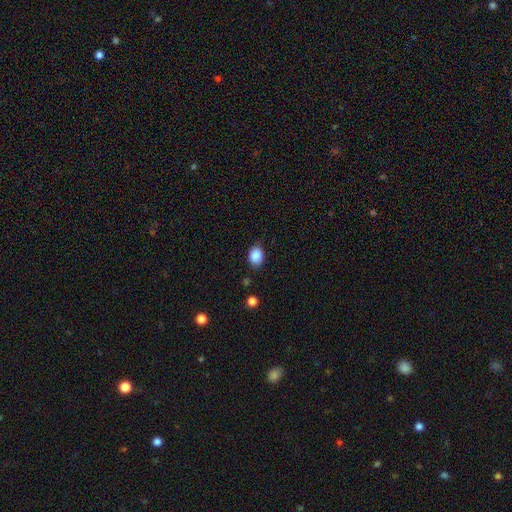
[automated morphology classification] Smooth or featured? Predicted: smooth (p=0.88). How rounded? Predicted: in between (p=0.63). Merging? Predicted: none (p=0.76).